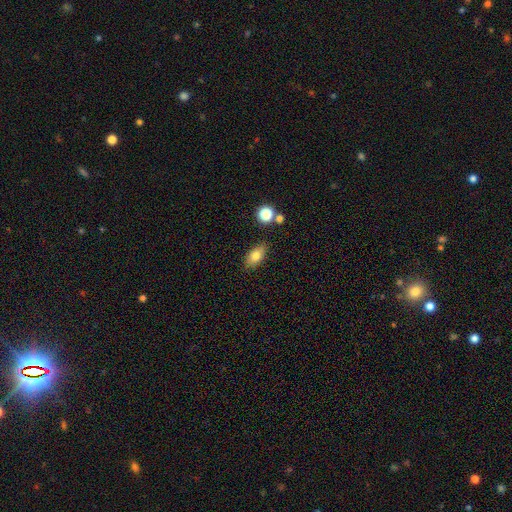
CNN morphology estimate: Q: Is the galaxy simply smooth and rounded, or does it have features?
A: smooth — 79%.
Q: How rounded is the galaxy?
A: in between — 86%.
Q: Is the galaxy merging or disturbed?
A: none — 81%.